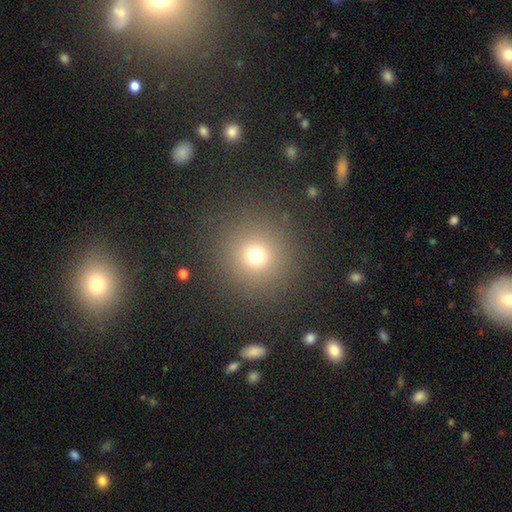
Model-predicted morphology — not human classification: smooth 69%, star or artifact 22%, featured or disk 8%. Down the decision tree: how rounded — round (94%); merging — none (87%).